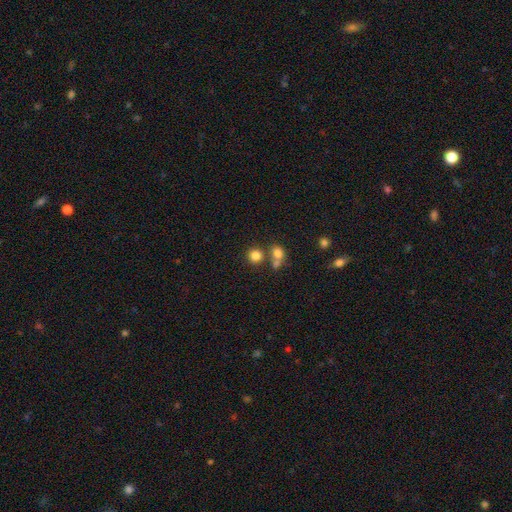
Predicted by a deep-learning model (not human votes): Smooth or featured? Predicted: smooth (p=0.80). How rounded? Predicted: round (p=0.89). Merging? Predicted: none (p=0.64).